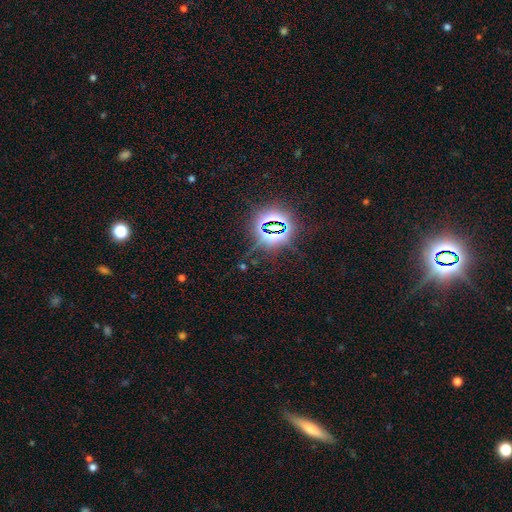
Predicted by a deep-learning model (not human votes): smooth-or-featured: star or artifact: 80% | smooth: 12% | featured or disk: 8%